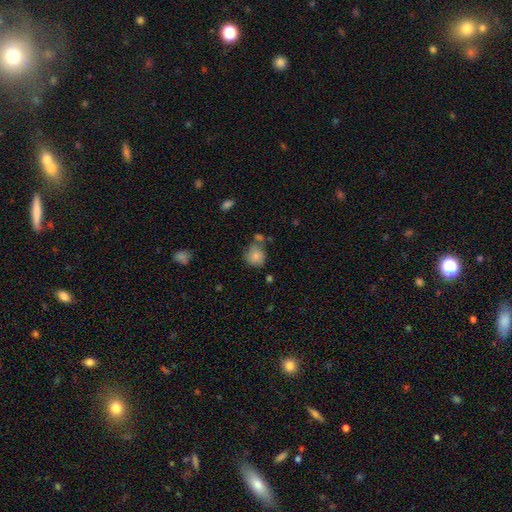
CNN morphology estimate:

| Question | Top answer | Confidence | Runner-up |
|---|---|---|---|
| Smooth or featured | smooth | 81% | featured or disk (10%) |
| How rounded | round | 80% | in between (19%) |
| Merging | none | 59% | minor disturbance (18%) |